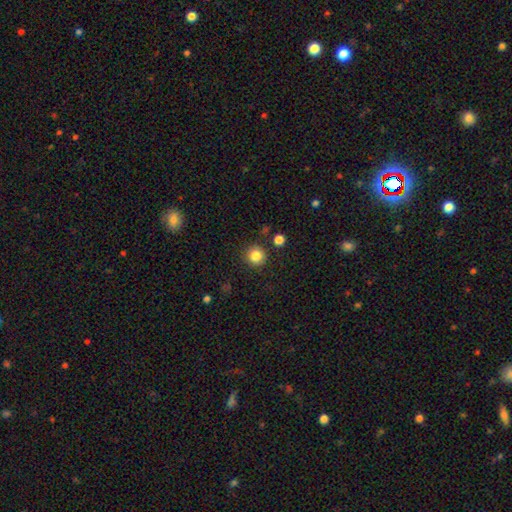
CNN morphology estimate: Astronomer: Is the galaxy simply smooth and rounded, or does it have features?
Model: smooth — 84%.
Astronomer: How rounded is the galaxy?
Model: round — 94%.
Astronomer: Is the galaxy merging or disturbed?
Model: none — 88%.